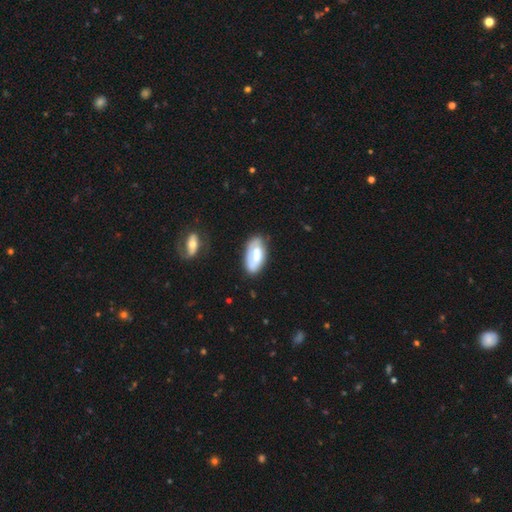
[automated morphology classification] Smooth or featured?
  - smooth: 54% *
  - featured or disk: 39%
  - star or artifact: 6%
How rounded?
  - in between: 91% *
  - cigar-shaped: 6%
  - round: 3%
Merging?
  - none: 63% *
  - minor disturbance: 25%
  - major disturbance: 8%
  - merger: 4%